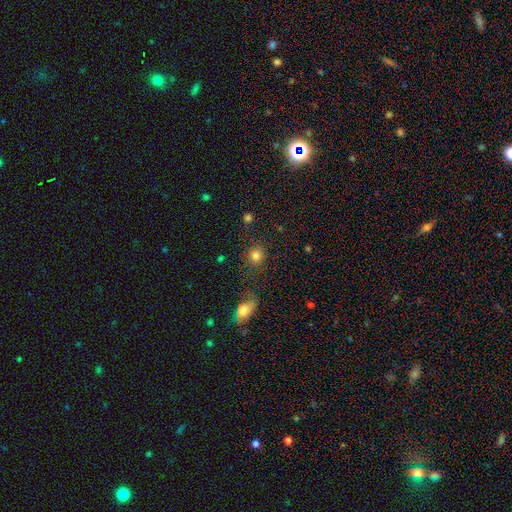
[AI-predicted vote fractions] smooth_or_featured: smooth (p=0.82) [alt: star or artifact p=0.12]
how_rounded: round (p=0.84) [alt: in between p=0.15]
merging: none (p=0.81) [alt: minor disturbance p=0.09]